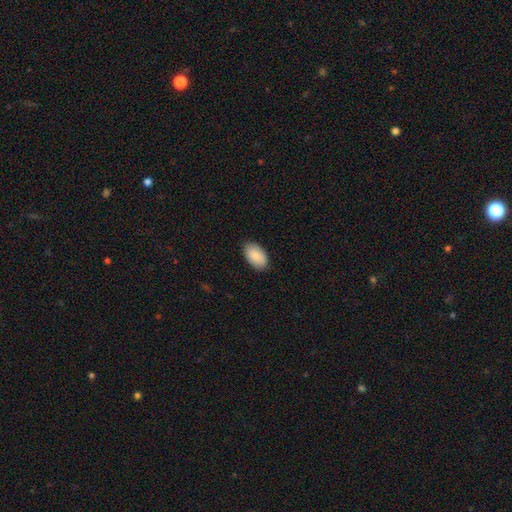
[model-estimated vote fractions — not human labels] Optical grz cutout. It shows a smooth galaxy with no disk features (88%) that is in between round and cigar-shaped (95%). Merging: none (87%).